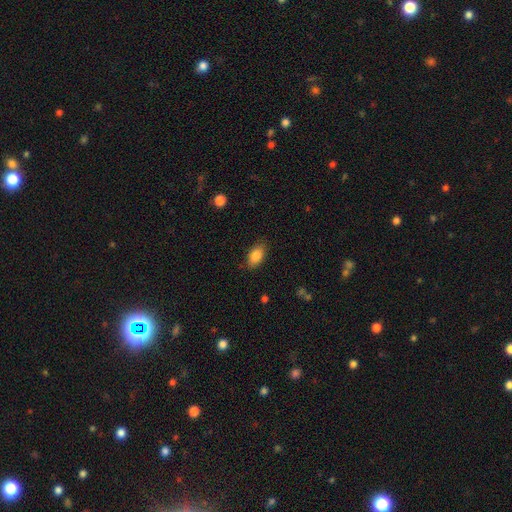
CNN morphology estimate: Smooth or featured? Predicted: smooth (p=0.86). How rounded? Predicted: in between (p=0.90). Merging? Predicted: none (p=0.84).